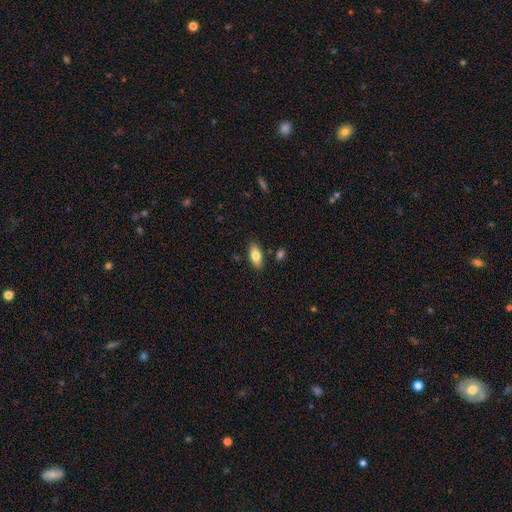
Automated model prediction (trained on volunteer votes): A smooth galaxy with no disk features (81%) that is in between round and cigar-shaped (88%). Merging: none (83%).